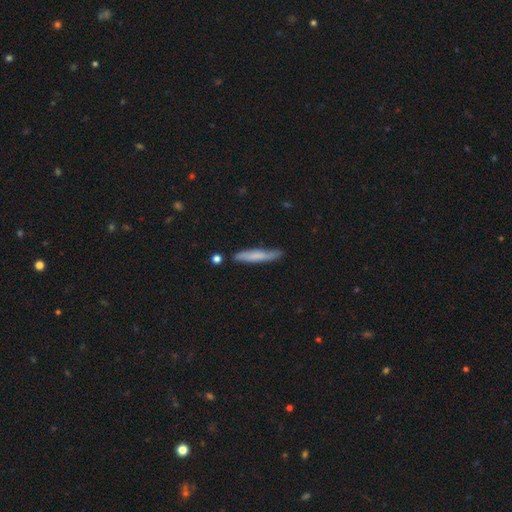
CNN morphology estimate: Smooth or featured: smooth — 67% (featured or disk — 27%)
How rounded: cigar-shaped — 92% (in between — 6%)
Merging: none — 77% (minor disturbance — 16%)